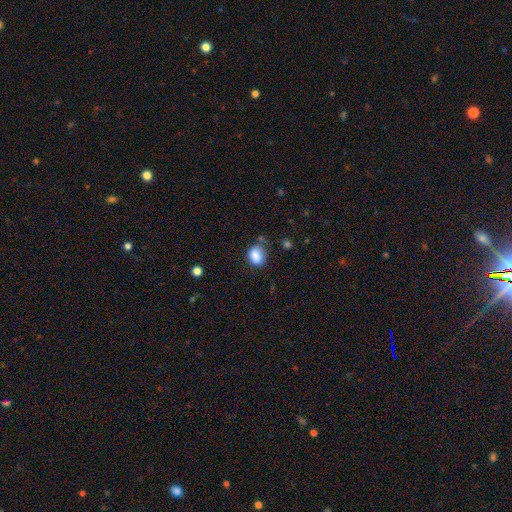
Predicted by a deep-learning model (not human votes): Smooth or featured? Predicted: smooth (p=0.85). How rounded? Predicted: in between (p=0.59). Merging? Predicted: none (p=0.62).